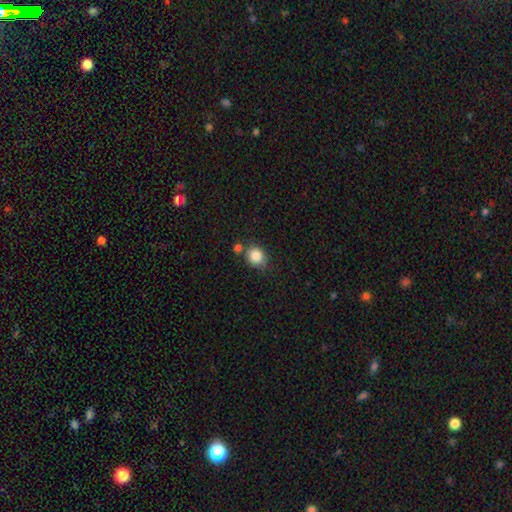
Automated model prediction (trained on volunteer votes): Q: Smooth or featured?
A: smooth (85%); runner-up: star or artifact (10%)
Q: How rounded?
A: round (75%); runner-up: in between (24%)
Q: Merging?
A: none (68%); runner-up: minor disturbance (15%)